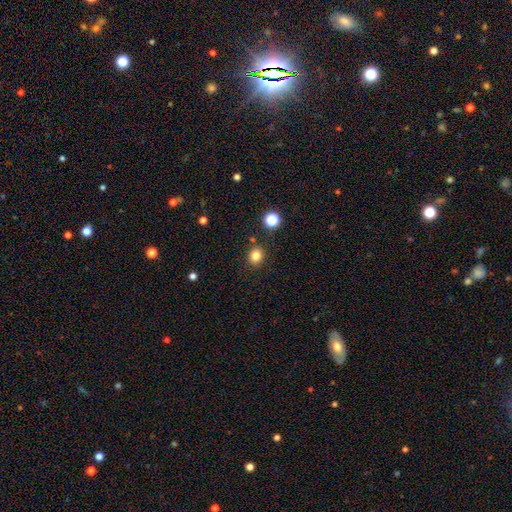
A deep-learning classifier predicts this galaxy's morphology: Smooth or featured? smooth (81%)
How rounded? round (71%)
Merging? none (85%)